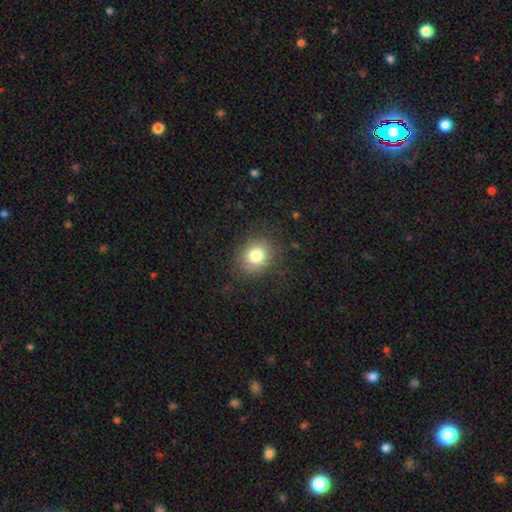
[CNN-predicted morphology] This is likely a smooth galaxy (80%). How rounded: likely round (72%). Merging: clearly none (85%).